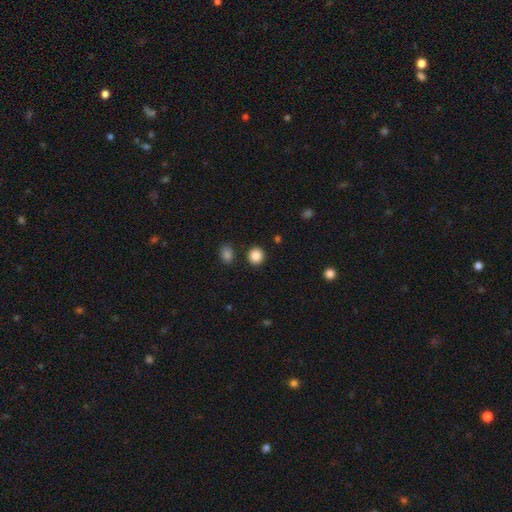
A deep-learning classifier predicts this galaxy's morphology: Smooth or featured?
  - smooth: 87% *
  - star or artifact: 10%
  - featured or disk: 3%
How rounded?
  - round: 88% *
  - in between: 11%
  - cigar-shaped: 1%
Merging?
  - none: 88% *
  - minor disturbance: 6%
  - merger: 3%
  - major disturbance: 2%